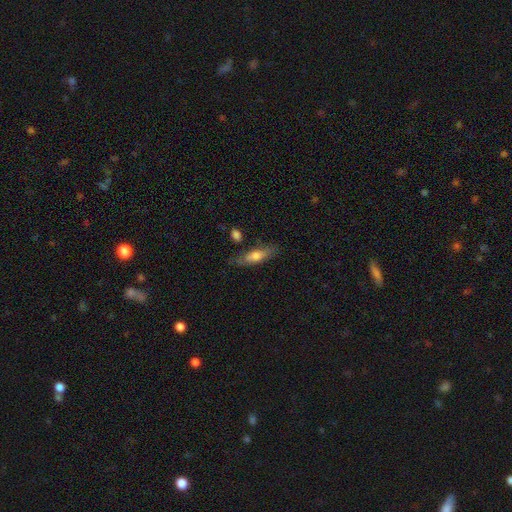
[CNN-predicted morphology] This appears to be a smooth galaxy with no disk features (63%) that is cigar-shaped (50%). Merging: none (72%).